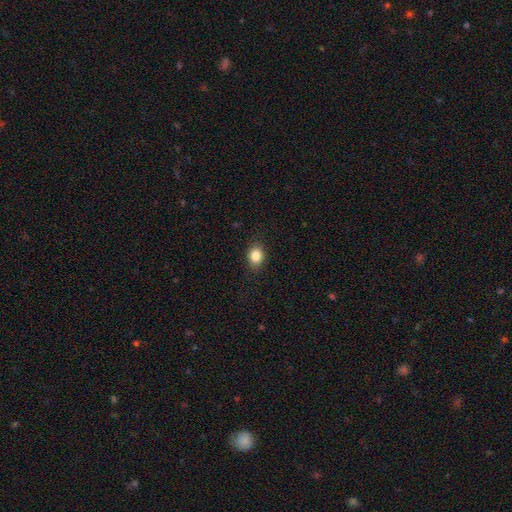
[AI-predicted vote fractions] Smooth or featured? smooth (85%)
How rounded? in between (51%)
Merging? none (86%)